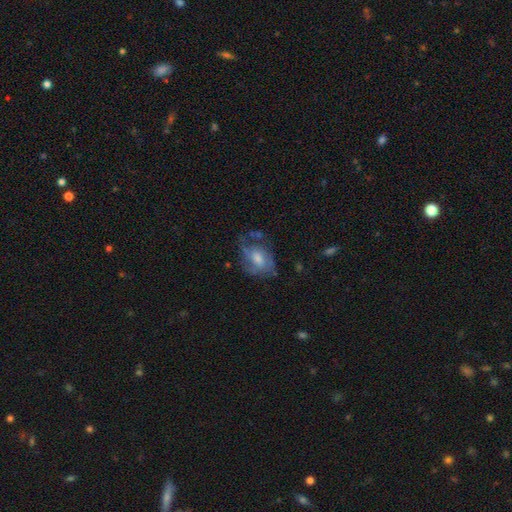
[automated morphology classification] Smooth or featured? Predicted: featured or disk (p=0.62). Edge-on disk? Predicted: no (p=0.96). Bar? Predicted: no (p=0.60). Spiral arms? Predicted: yes (p=0.74). Bulge size? Predicted: moderate (p=0.54). Merging? Predicted: none (p=0.53).